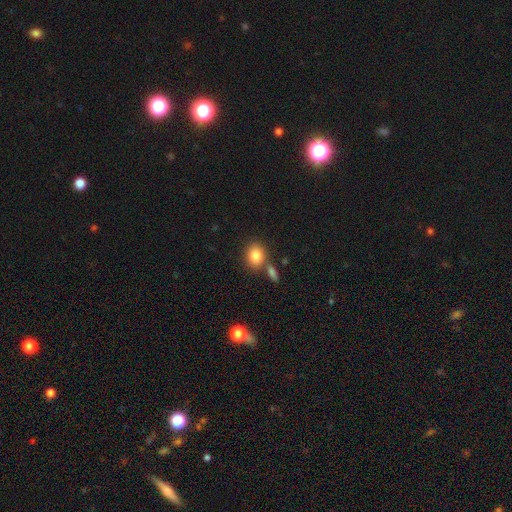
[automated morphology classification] smooth-or-featured: smooth: 83% | star or artifact: 10% | featured or disk: 8%
  how-rounded: round: 52% | in between: 46% | cigar-shaped: 1%
  merging: none: 65% | merger: 20% | minor disturbance: 11% | major disturbance: 4%